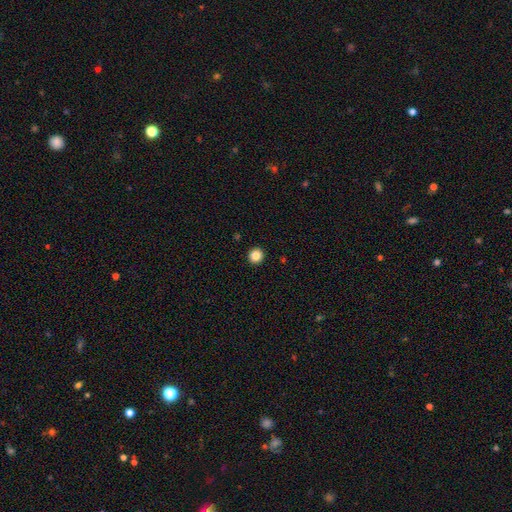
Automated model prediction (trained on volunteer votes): smooth 85%, star or artifact 11%, featured or disk 5%. Down the decision tree: how rounded — round (94%); merging — none (94%).